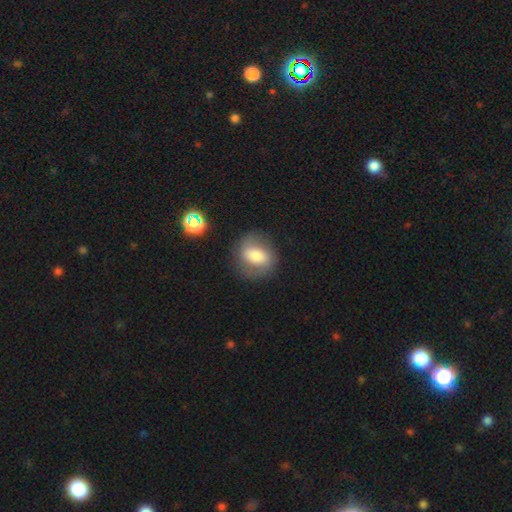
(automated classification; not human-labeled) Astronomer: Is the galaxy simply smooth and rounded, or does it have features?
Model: smooth — 60%.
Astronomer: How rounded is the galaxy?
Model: round — 52% (runner-up: in between, 46%).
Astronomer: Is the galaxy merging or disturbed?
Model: none — 77%.